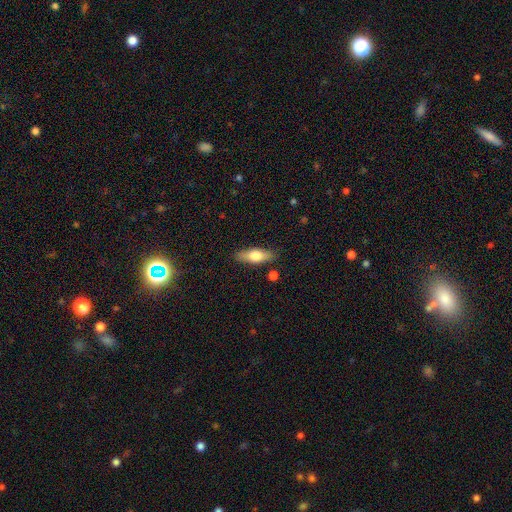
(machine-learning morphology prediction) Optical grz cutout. It shows a smooth galaxy with no disk features (64%) that is in between round and cigar-shaped (60%). Merging: none (85%).